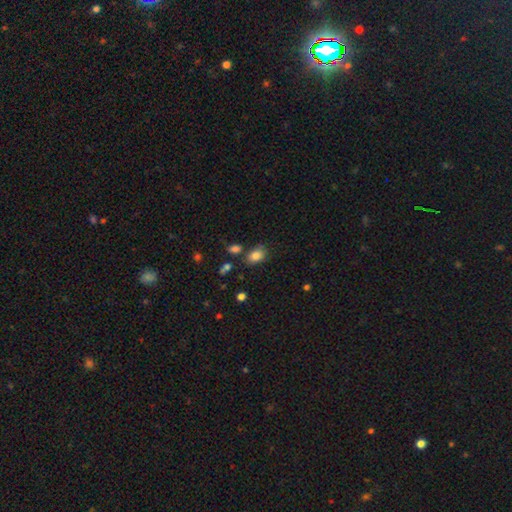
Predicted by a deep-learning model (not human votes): smooth 83%, star or artifact 10%, featured or disk 7%. Down the decision tree: how rounded — in between (77%); merging — none (71%).